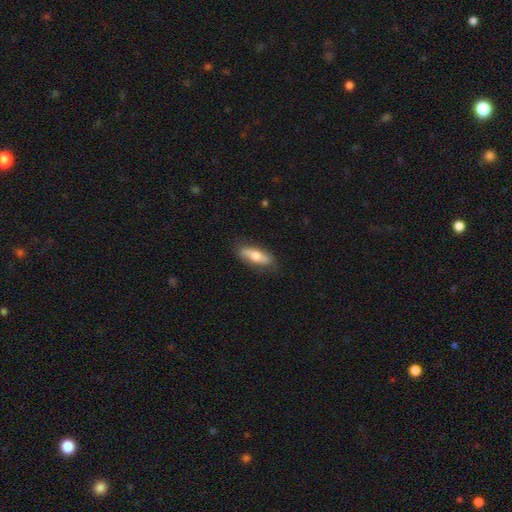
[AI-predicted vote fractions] smooth-or-featured: smooth: 60% | featured or disk: 35% | star or artifact: 5%
  how-rounded: in between: 57% | cigar-shaped: 40% | round: 3%
  merging: none: 82% | minor disturbance: 14% | major disturbance: 3% | merger: 1%